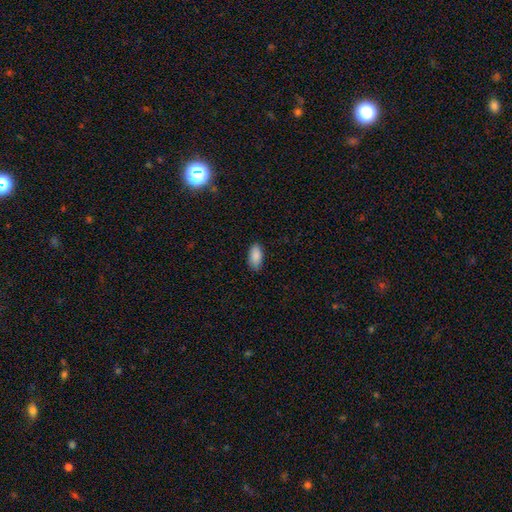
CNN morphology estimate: Smooth or featured?
  - smooth: 89% *
  - star or artifact: 7%
  - featured or disk: 5%
How rounded?
  - in between: 93% *
  - cigar-shaped: 5%
  - round: 2%
Merging?
  - none: 85% *
  - minor disturbance: 12%
  - major disturbance: 2%
  - merger: 1%